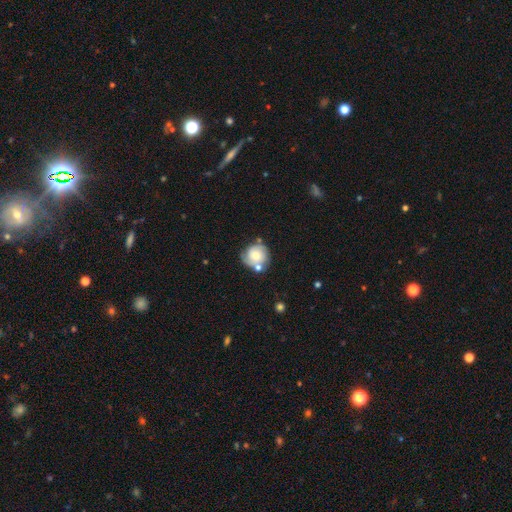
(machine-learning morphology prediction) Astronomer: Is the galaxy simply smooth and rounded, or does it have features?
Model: featured or disk — 47% (runner-up: smooth, 46%).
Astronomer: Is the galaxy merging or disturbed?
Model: none — 54%.